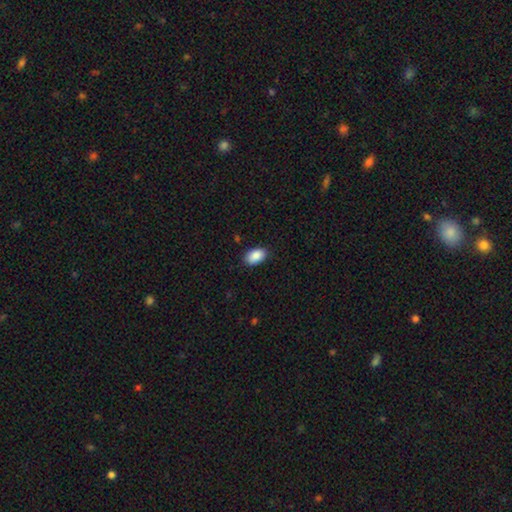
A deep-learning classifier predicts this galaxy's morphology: Smooth or featured: smooth — 89% (star or artifact — 7%)
How rounded: in between — 92% (round — 6%)
Merging: none — 86% (minor disturbance — 10%)